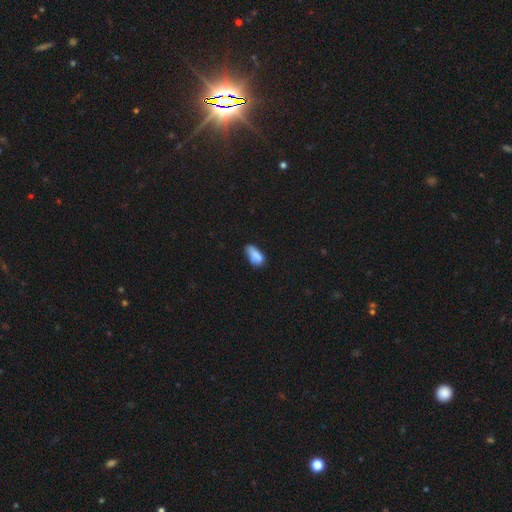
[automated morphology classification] This is clearly a smooth galaxy (80%). How rounded: clearly in between (86%). Merging: possibly none (49%).